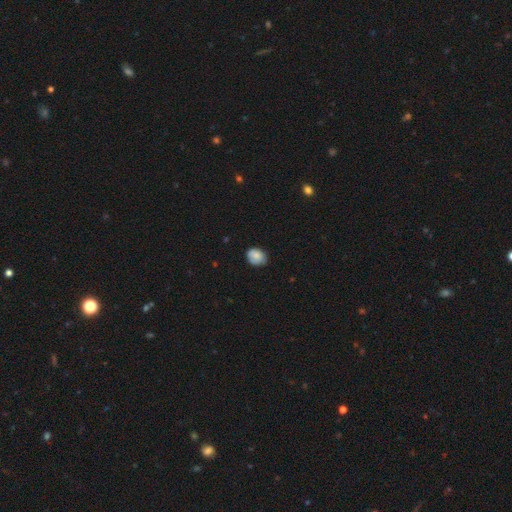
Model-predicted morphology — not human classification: Smooth or featured? smooth (78%)
How rounded? in between (56%)
Merging? none (66%)